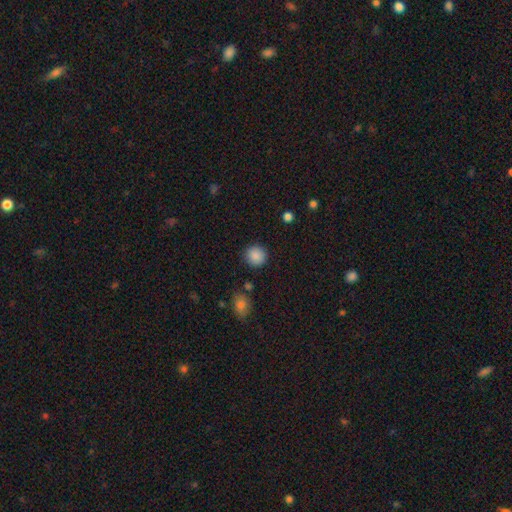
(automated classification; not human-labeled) Morphology: type=smooth (88%); roundness=round (92%); merging=none (89%).